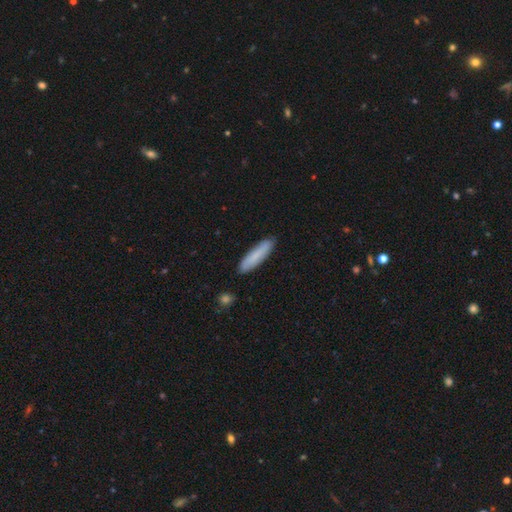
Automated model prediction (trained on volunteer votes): smooth-or-featured: smooth: 81% | featured or disk: 13% | star or artifact: 6%
  how-rounded: cigar-shaped: 79% | in between: 20% | round: 1%
  merging: none: 88% | minor disturbance: 9% | major disturbance: 2% | merger: 1%